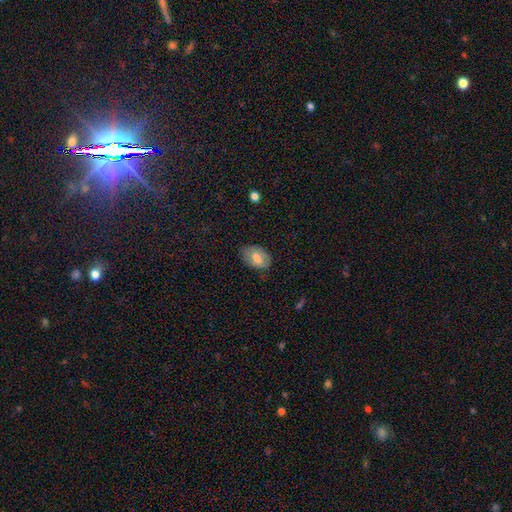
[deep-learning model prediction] smooth 70%, featured or disk 23%, star or artifact 8%. Down the decision tree: how rounded — in between (89%); merging — none (73%).